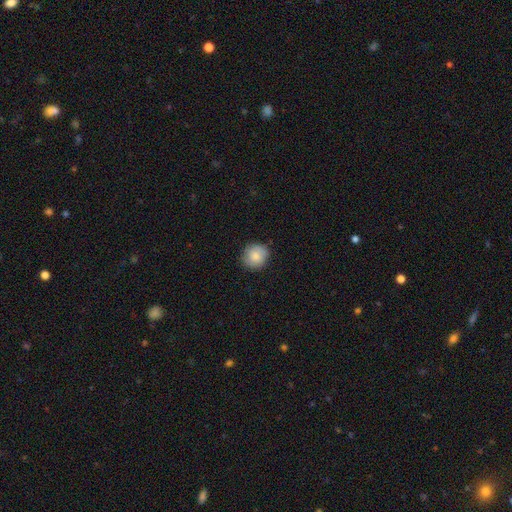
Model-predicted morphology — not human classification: smooth_or_featured: smooth (p=0.81) [alt: featured or disk p=0.12]
how_rounded: round (p=0.89) [alt: in between p=0.10]
merging: none (p=0.83) [alt: minor disturbance p=0.13]